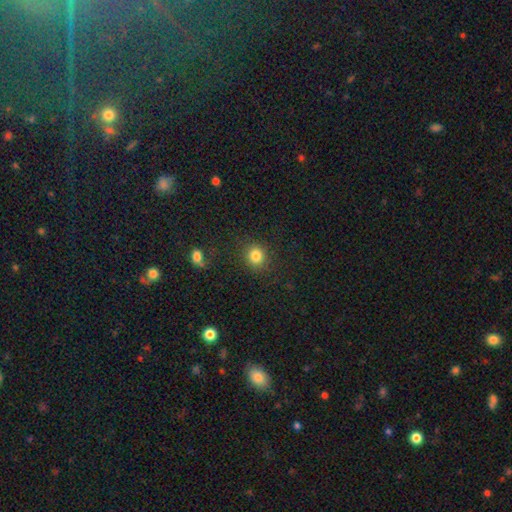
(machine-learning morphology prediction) This appears to be a smooth galaxy with no disk features (82%) that is round (84%). Merging: none (86%).